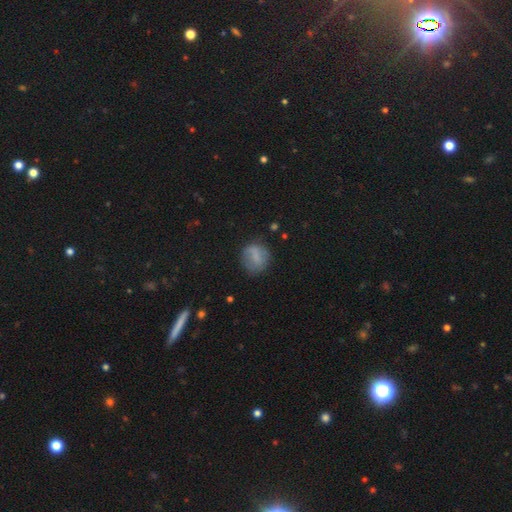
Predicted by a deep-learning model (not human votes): This is likely a smooth galaxy (71%). How rounded: likely round (77%). Merging: likely none (66%).